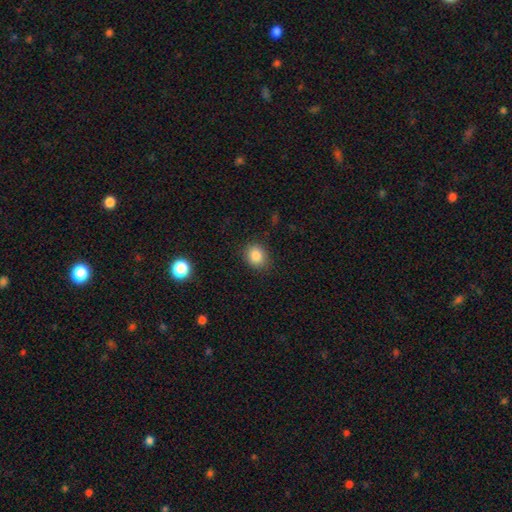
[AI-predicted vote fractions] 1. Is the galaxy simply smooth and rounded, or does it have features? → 85% smooth, 10% star or artifact, 5% featured or disk.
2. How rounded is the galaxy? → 61% round, 38% in between, 1% cigar-shaped.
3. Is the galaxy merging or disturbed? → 86% none, 10% minor disturbance, 3% major disturbance, 1% merger.